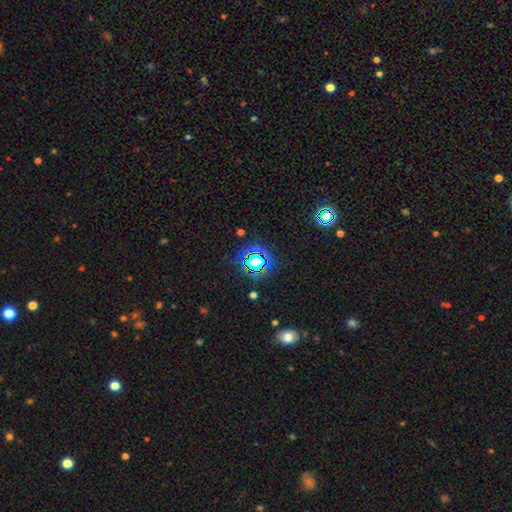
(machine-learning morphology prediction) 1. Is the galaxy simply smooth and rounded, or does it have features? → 68% star or artifact, 21% smooth, 11% featured or disk.